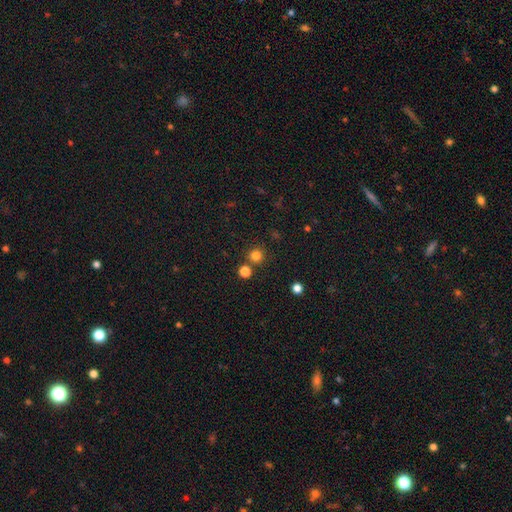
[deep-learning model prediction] Q: Smooth or featured?
A: smooth (79%); runner-up: star or artifact (16%)
Q: How rounded?
A: round (94%); runner-up: in between (5%)
Q: Merging?
A: none (81%); runner-up: merger (11%)